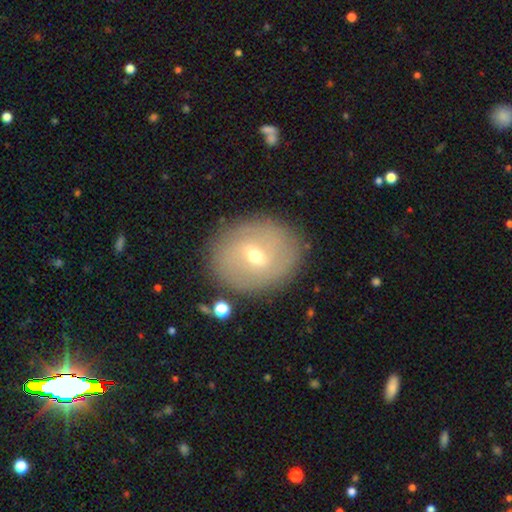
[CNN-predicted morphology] smooth-or-featured: featured or disk: 52% | smooth: 39% | star or artifact: 9%
  disk-edge-on: no: 93% | yes: 7%
  merging: none: 84% | minor disturbance: 11% | major disturbance: 4% | merger: 2%